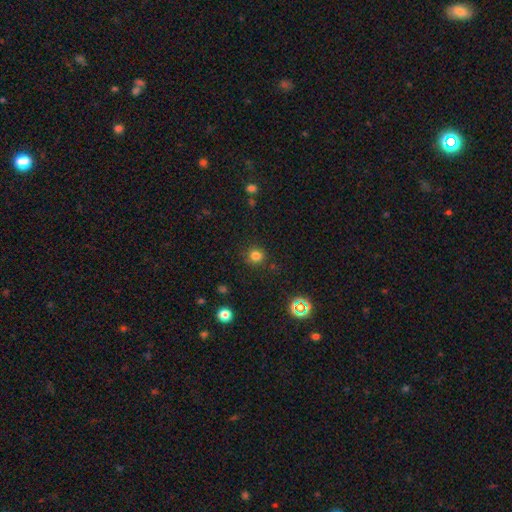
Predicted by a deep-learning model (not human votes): Smooth or featured?
  - smooth: 79% *
  - star or artifact: 16%
  - featured or disk: 5%
How rounded?
  - round: 90% *
  - in between: 9%
  - cigar-shaped: 1%
Merging?
  - none: 87% *
  - minor disturbance: 8%
  - major disturbance: 3%
  - merger: 2%